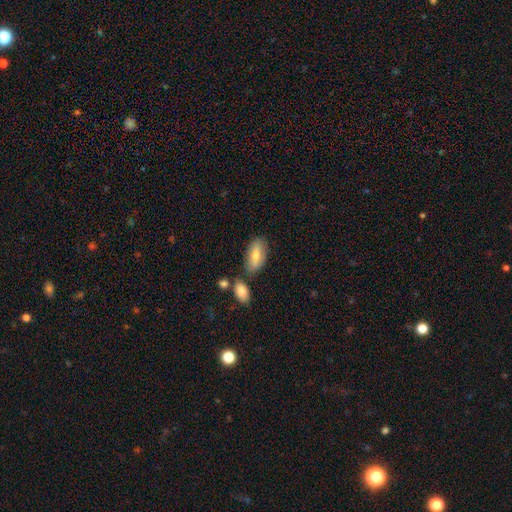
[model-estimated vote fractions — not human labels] Q: Smooth or featured?
A: smooth (74%); runner-up: featured or disk (20%)
Q: How rounded?
A: in between (88%); runner-up: cigar-shaped (9%)
Q: Merging?
A: none (72%); runner-up: minor disturbance (15%)